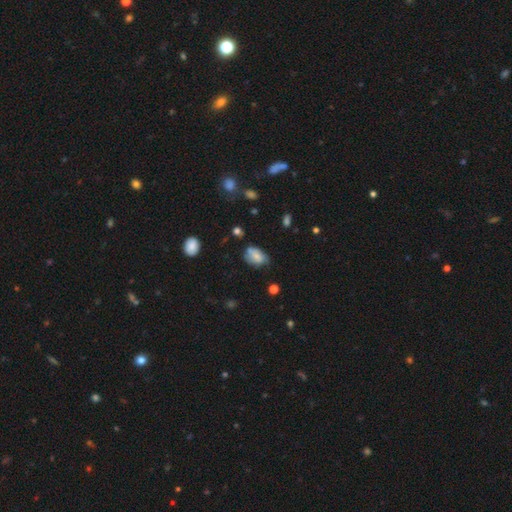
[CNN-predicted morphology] A smooth galaxy with no disk features (73%) that is in between round and cigar-shaped (86%).

Vote fractions:
- Smooth or featured? smooth: 73% / featured or disk: 17% / star or artifact: 10%
- How rounded? in between: 86% / round: 12% / cigar-shaped: 2%
- Merging? none: 47% / minor disturbance: 36% / major disturbance: 12% / merger: 5%